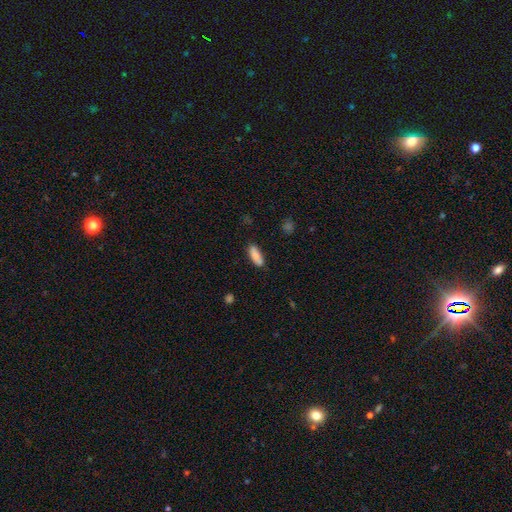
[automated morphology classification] The model was most divided on "how rounded": in between: 72%, cigar-shaped: 26%, round: 2%. More confident: smooth or featured — smooth (82%); merging — none (78%).